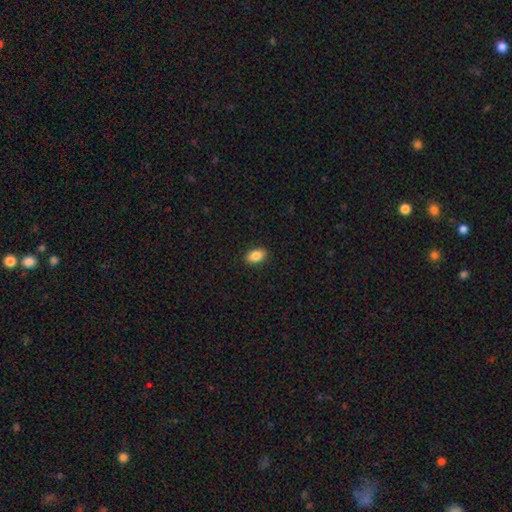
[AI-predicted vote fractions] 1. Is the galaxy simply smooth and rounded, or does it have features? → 87% smooth, 8% star or artifact, 6% featured or disk.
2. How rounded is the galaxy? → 89% in between, 9% round, 2% cigar-shaped.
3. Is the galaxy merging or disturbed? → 90% none, 7% minor disturbance, 2% major disturbance, 1% merger.